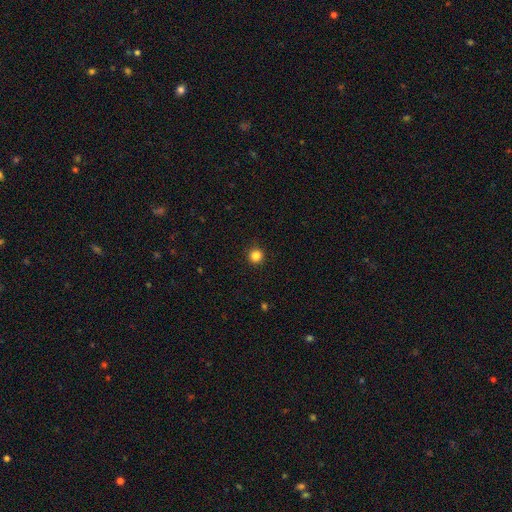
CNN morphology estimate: Smooth or featured: smooth — 85% (star or artifact — 12%)
How rounded: round — 96% (in between — 3%)
Merging: none — 93% (minor disturbance — 4%)